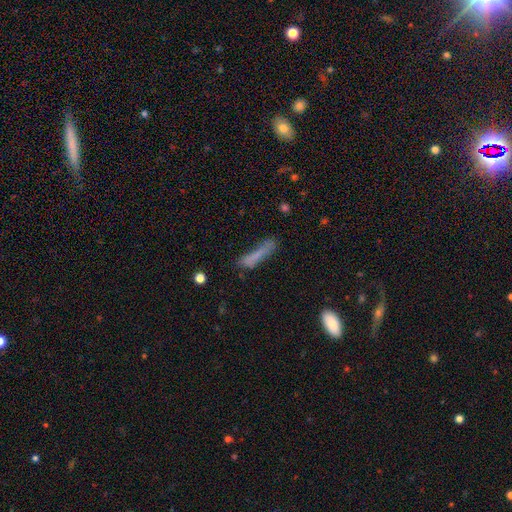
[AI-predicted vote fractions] smooth-or-featured: smooth: 69% | featured or disk: 21% | star or artifact: 10%
  how-rounded: cigar-shaped: 84% | in between: 14% | round: 2%
  merging: none: 51% | minor disturbance: 27% | major disturbance: 15% | merger: 7%